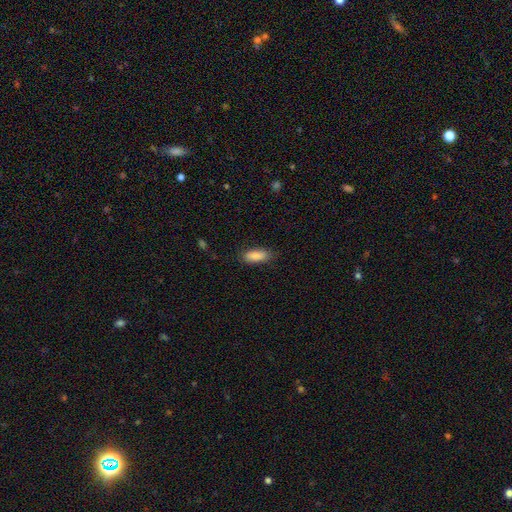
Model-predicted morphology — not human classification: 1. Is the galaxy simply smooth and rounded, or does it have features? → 89% smooth, 6% star or artifact, 5% featured or disk.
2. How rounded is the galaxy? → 76% in between, 22% cigar-shaped, 2% round.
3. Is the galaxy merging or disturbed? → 83% none, 13% minor disturbance, 3% major disturbance, 1% merger.